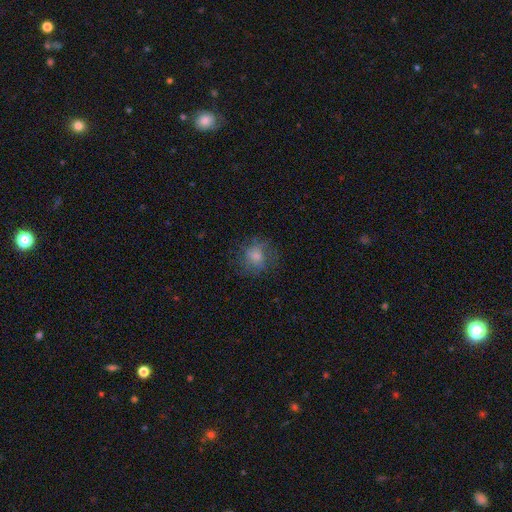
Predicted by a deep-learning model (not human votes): Smooth or featured: smooth — 58% (featured or disk — 26%)
How rounded: round — 80% (in between — 19%)
Merging: none — 72% (minor disturbance — 16%)